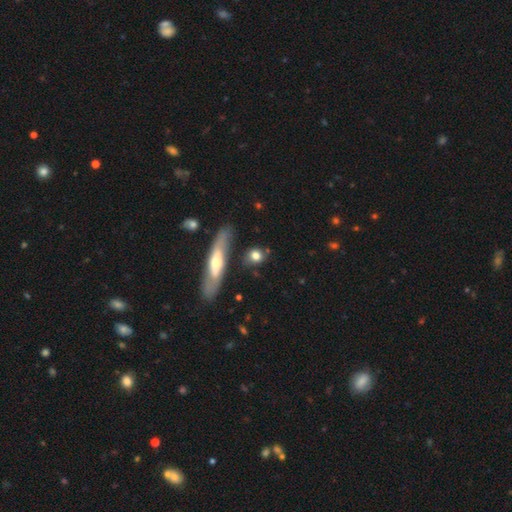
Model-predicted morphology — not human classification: A smooth galaxy with no disk features (73%) that is round (59%). Merging: none (72%).